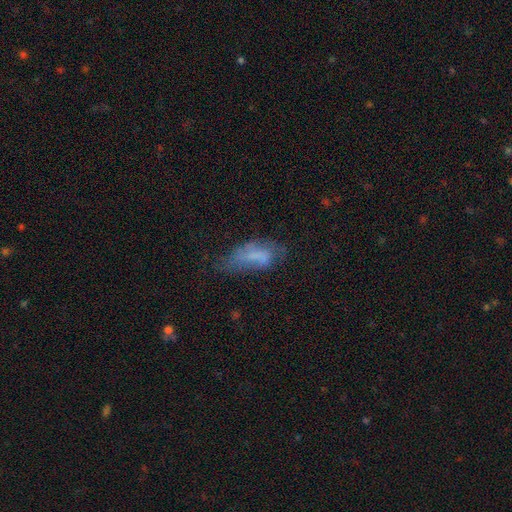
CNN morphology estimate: This appears to be a smooth galaxy with no disk features (57%) that is in between round and cigar-shaped (78%). Merging: none (36%).